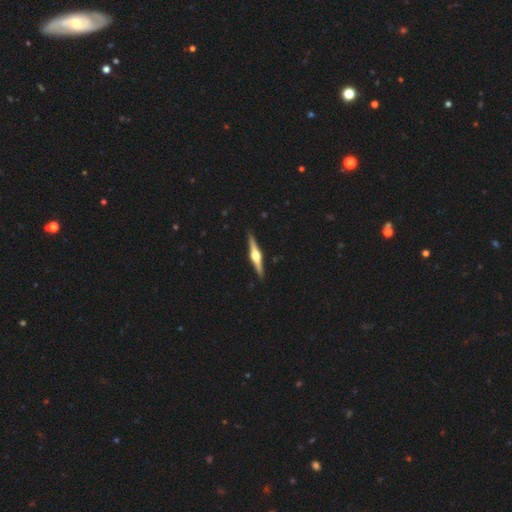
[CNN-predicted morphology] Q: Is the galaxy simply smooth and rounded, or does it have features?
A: featured or disk — 83%.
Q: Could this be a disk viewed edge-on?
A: yes — 98%.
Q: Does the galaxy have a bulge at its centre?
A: rounded — 95%.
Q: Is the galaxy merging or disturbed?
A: none — 92%.